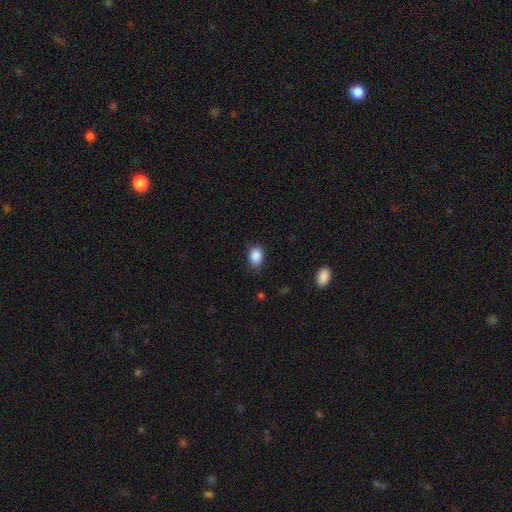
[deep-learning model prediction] Overall: smooth (88%). How rounded: in between (71%). Merging: none (79%).